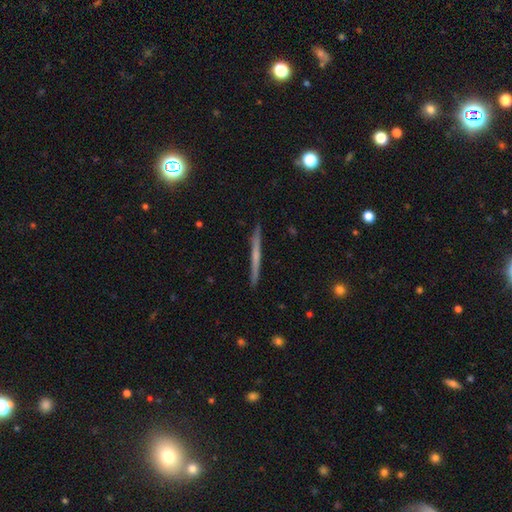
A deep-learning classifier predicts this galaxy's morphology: Smooth or featured? featured or disk (52%)
Edge-on disk? yes (97%)
Edge-on bulge? none (77%)
Merging? none (91%)